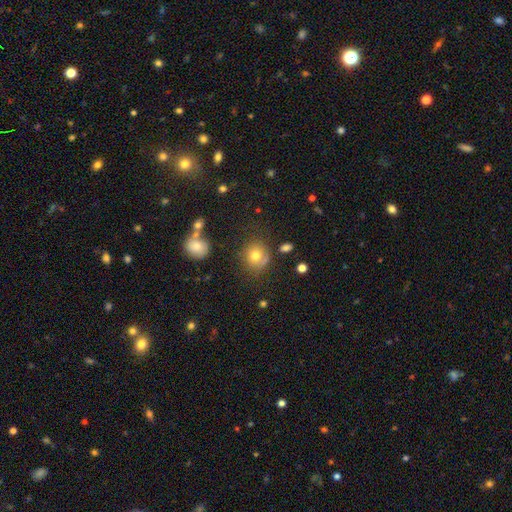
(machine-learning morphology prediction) This appears to be a smooth galaxy with no disk features (73%) that is round (82%). Merging: none (67%).